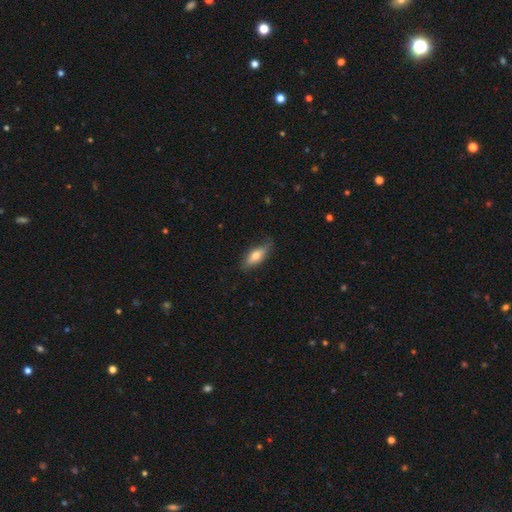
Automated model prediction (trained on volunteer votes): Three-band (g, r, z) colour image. It shows a smooth galaxy with no disk features (71%) that is in between round and cigar-shaped (70%). Merging: none (75%).